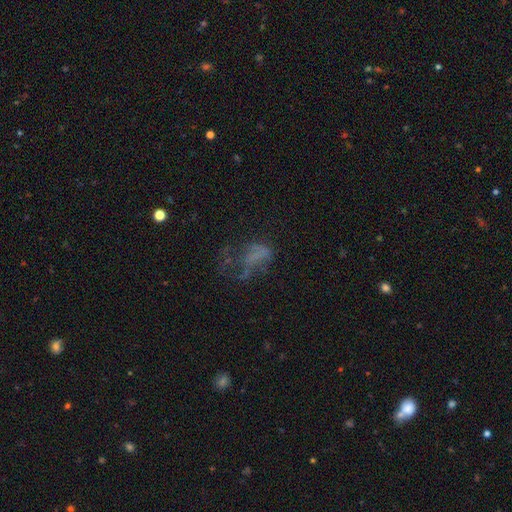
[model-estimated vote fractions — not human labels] smooth-or-featured: featured or disk: 39% | smooth: 35% | star or artifact: 25%
  merging: major disturbance: 45% | none: 31% | minor disturbance: 18% | merger: 6%